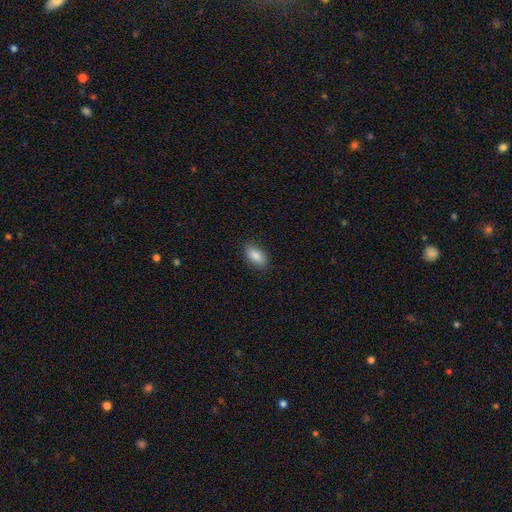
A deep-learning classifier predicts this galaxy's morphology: type=smooth (88%); roundness=in between (91%); merging=none (86%).